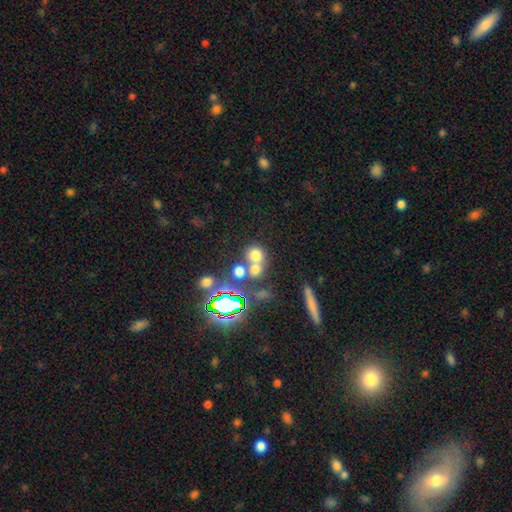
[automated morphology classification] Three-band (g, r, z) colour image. It shows a smooth galaxy with no disk features (64%) that is round (81%). Merging: none (46%).